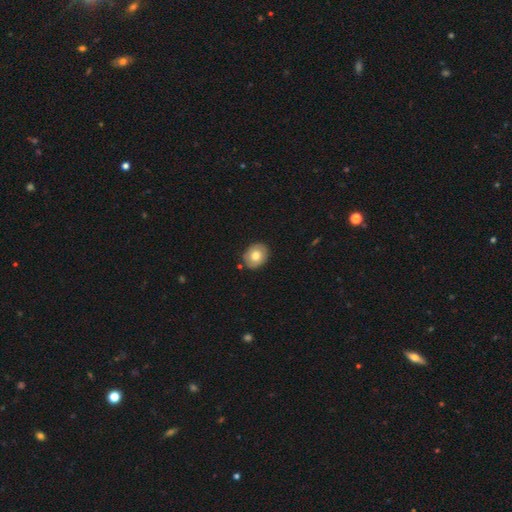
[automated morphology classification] smooth_or_featured: smooth (p=0.71) [alt: featured or disk p=0.22]
how_rounded: round (p=0.60) [alt: in between p=0.39]
merging: none (p=0.86) [alt: minor disturbance p=0.10]